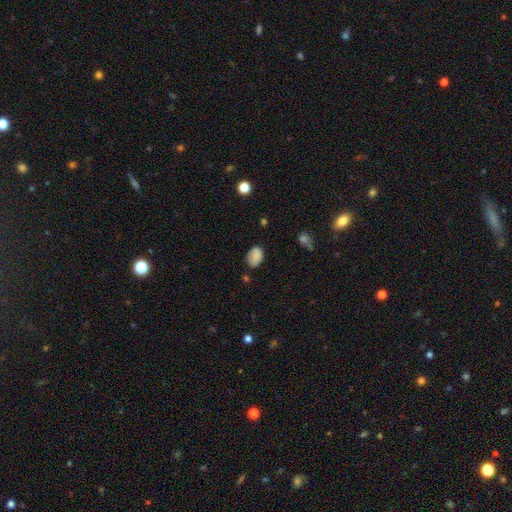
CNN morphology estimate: Smooth or featured?
  - smooth: 84% *
  - star or artifact: 9%
  - featured or disk: 7%
How rounded?
  - in between: 78% *
  - round: 21%
  - cigar-shaped: 1%
Merging?
  - none: 70% *
  - minor disturbance: 23%
  - major disturbance: 5%
  - merger: 2%